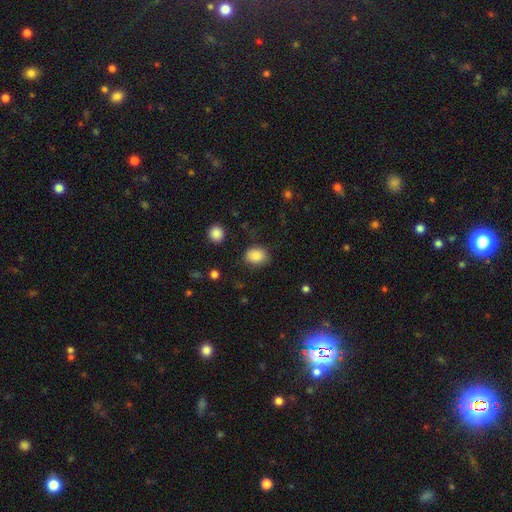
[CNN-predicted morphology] type=smooth (86%); roundness=in between (55%); merging=none (79%).